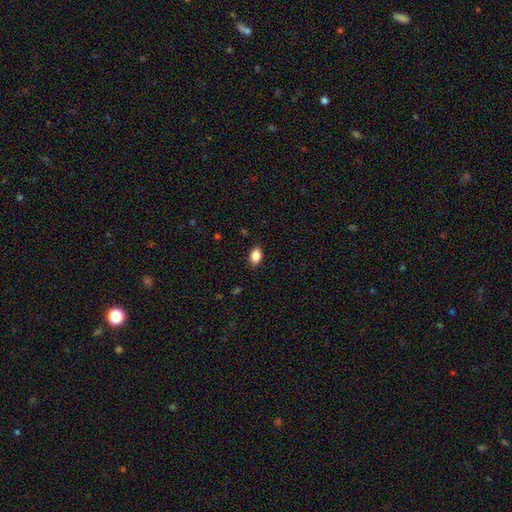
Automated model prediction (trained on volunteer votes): Overall: smooth (88%). How rounded: in between (87%). Merging: none (88%).